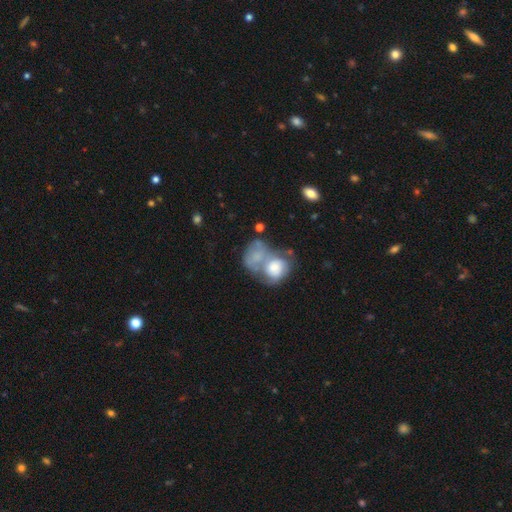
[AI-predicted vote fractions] Smooth or featured? Predicted: smooth (p=0.60). How rounded? Predicted: in between (p=0.60). Merging? Predicted: merger (p=0.67).